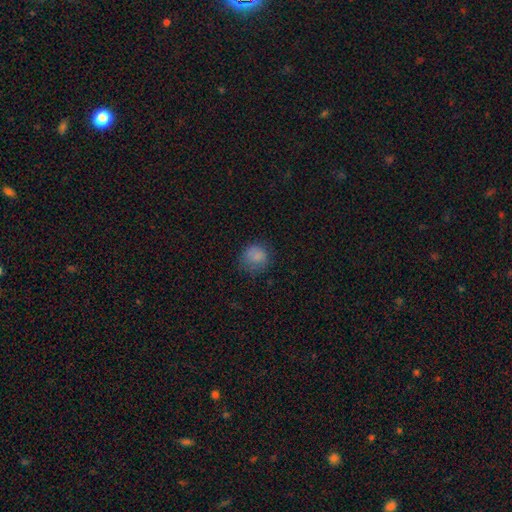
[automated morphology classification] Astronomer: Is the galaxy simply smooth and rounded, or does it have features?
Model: smooth — 82%.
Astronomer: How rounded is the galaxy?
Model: round — 85%.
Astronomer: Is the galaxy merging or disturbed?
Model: none — 67%.